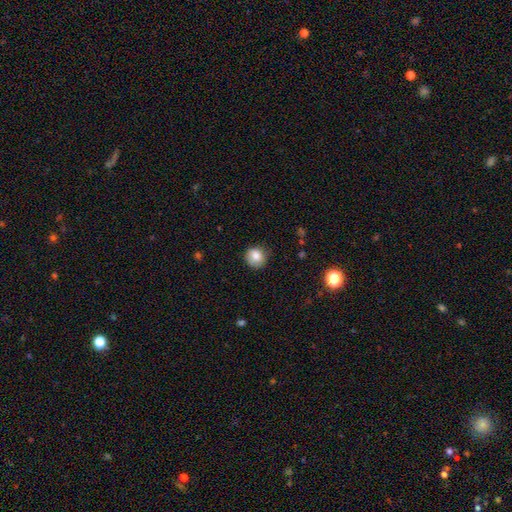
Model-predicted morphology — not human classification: The model was most divided on "merging": none: 75%, minor disturbance: 19%, major disturbance: 4%, merger: 1%. More confident: how rounded — round (86%); smooth or featured — smooth (80%).